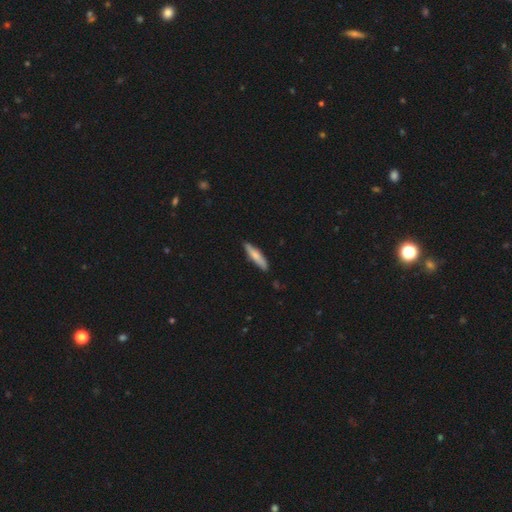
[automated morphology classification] The model was most divided on "smooth or featured": smooth: 70%, featured or disk: 24%, star or artifact: 5%. More confident: merging — none (85%); how rounded — cigar-shaped (83%).